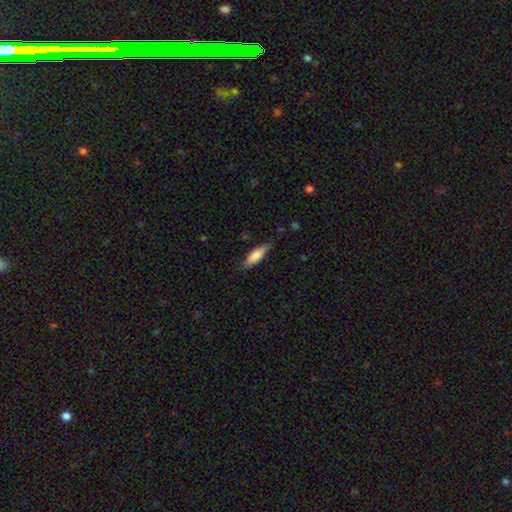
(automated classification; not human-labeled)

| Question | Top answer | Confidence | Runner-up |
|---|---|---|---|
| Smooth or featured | smooth | 78% | featured or disk (17%) |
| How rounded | cigar-shaped | 53% | in between (46%) |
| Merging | none | 78% | minor disturbance (18%) |